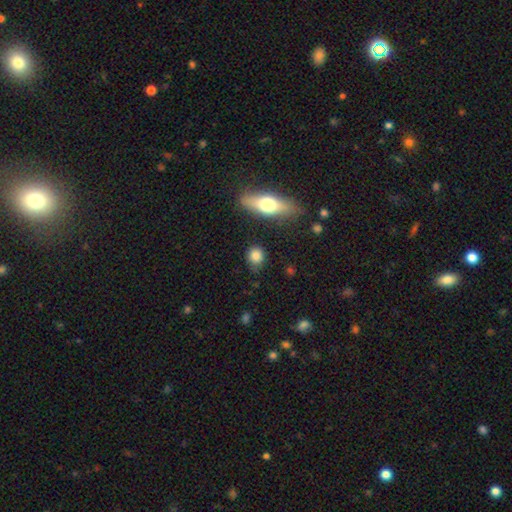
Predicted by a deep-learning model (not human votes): Morphology: type=smooth (83%); roundness=round (73%); merging=none (82%).